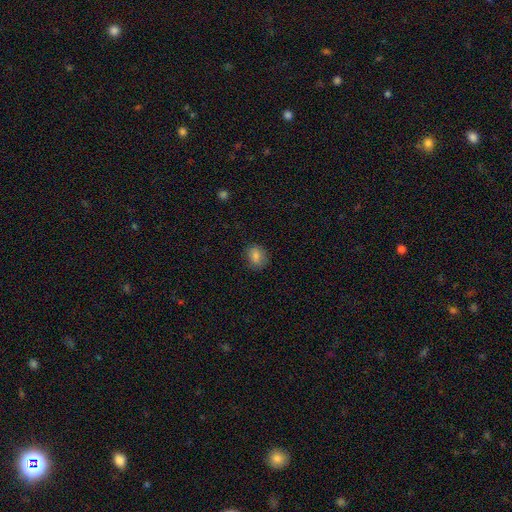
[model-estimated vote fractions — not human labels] The model was most divided on "how rounded": round: 64%, in between: 35%, cigar-shaped: 1%. More confident: merging — none (83%); smooth or featured — smooth (83%).